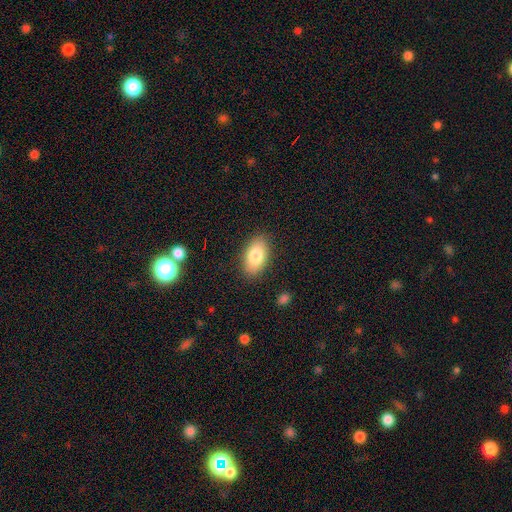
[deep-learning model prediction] Smooth or featured? smooth (81%)
How rounded? in between (93%)
Merging? none (86%)